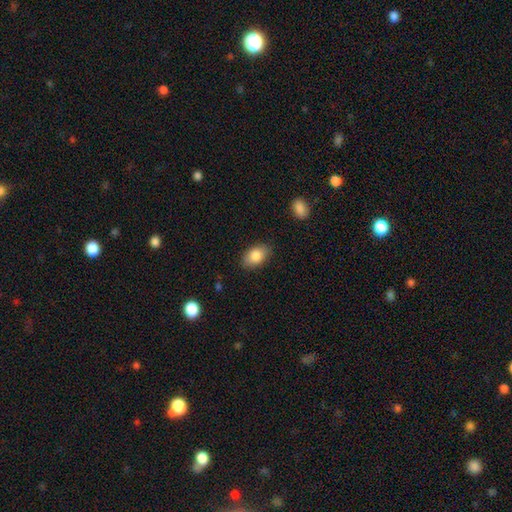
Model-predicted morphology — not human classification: Overall: smooth (84%). How rounded: in between (90%). Merging: none (85%).